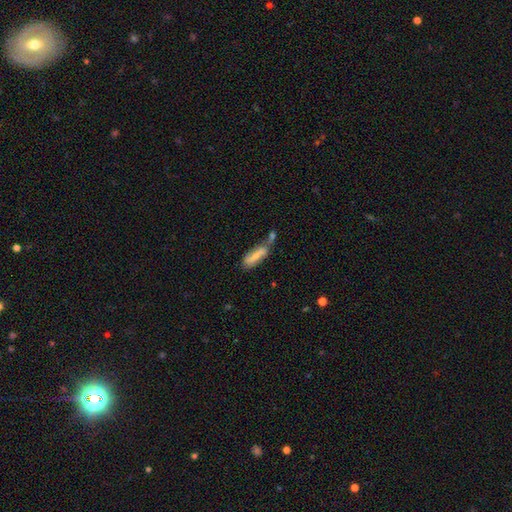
smooth_or_featured: smooth (p=0.77) [alt: featured or disk p=0.21]
how_rounded: in between (p=0.50) [tied with: cigar-shaped p=0.50]
merging: none (p=0.50) [alt: merger p=0.37]